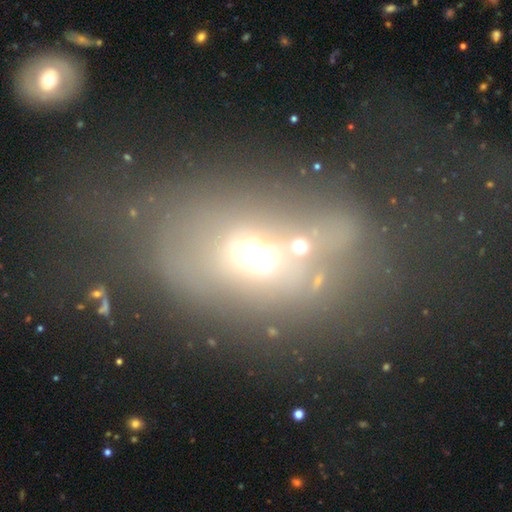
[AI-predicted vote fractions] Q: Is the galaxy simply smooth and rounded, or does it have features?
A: smooth — 48%.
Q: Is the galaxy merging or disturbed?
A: major disturbance — 33%.